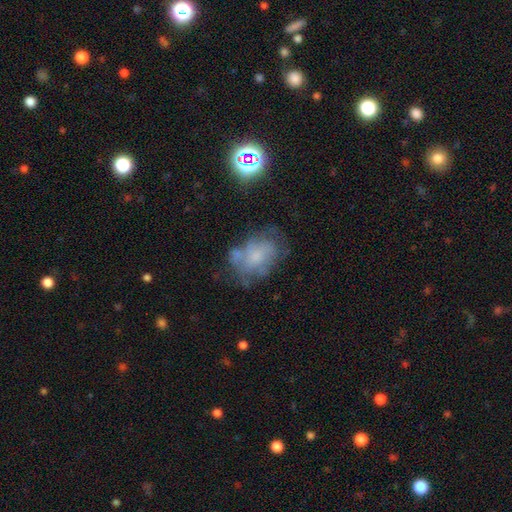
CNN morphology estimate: Q: Smooth or featured?
A: featured or disk (43%); tied with: smooth (43%)
Q: Merging?
A: none (44%); runner-up: minor disturbance (27%)